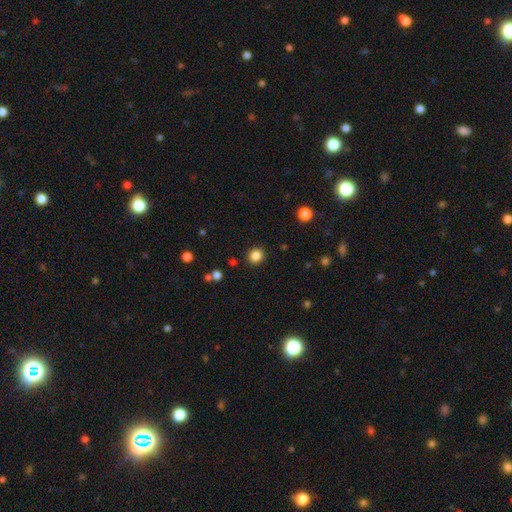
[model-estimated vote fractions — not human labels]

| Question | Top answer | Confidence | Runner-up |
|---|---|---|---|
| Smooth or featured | smooth | 85% | star or artifact (12%) |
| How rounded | round | 86% | in between (13%) |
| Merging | none | 90% | minor disturbance (6%) |